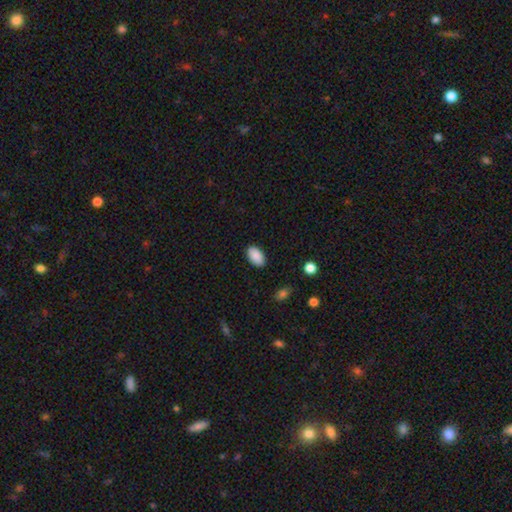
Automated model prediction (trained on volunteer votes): smooth_or_featured: smooth (p=0.90) [alt: star or artifact p=0.07]
how_rounded: in between (p=0.94) [alt: round p=0.04]
merging: none (p=0.89) [alt: minor disturbance p=0.08]